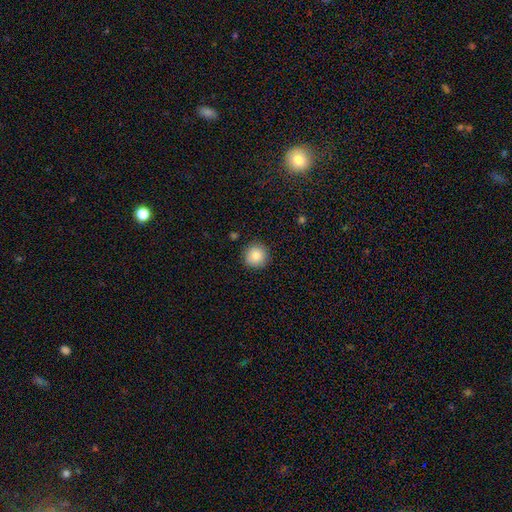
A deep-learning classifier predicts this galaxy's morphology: A smooth galaxy with no disk features (85%) that is round (94%).

Vote fractions:
- Smooth or featured? smooth: 85% / star or artifact: 9% / featured or disk: 6%
- How rounded? round: 94% / in between: 5% / cigar-shaped: 1%
- Merging? none: 89% / minor disturbance: 7% / major disturbance: 2% / merger: 1%